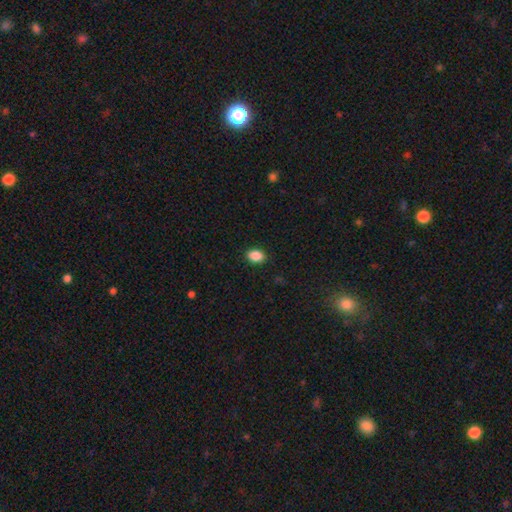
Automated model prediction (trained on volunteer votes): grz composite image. It shows a smooth galaxy with no disk features (89%) that is in between round and cigar-shaped (81%). Merging: none (89%).